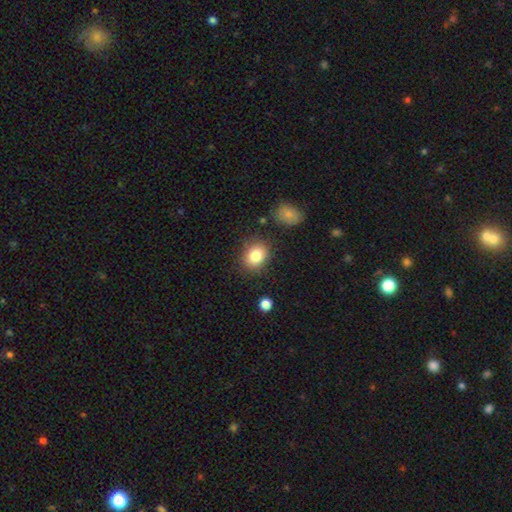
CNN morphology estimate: Overall: smooth (84%). How rounded: round (55%; in between 44%). Merging: none (80%).